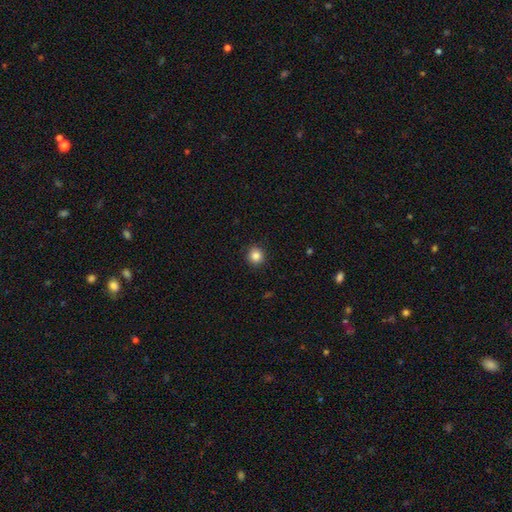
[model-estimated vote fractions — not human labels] Morphology: type=smooth (85%); roundness=round (92%); merging=none (92%).